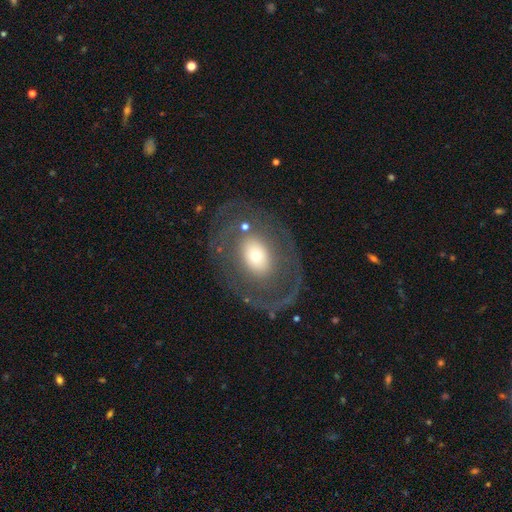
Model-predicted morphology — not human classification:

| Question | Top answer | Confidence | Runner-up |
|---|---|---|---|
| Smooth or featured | featured or disk | 61% | smooth (32%) |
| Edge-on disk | no | 93% | yes (7%) |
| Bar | no | 81% | weak (12%) |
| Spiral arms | no | 59% | yes (41%) |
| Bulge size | small | 41% | moderate (40%) |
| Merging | none | 68% | major disturbance (16%) |